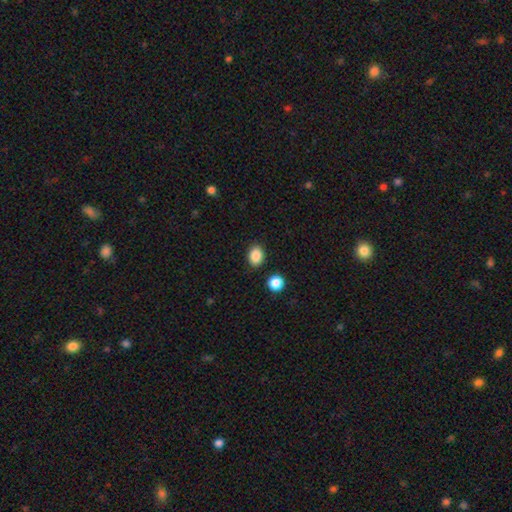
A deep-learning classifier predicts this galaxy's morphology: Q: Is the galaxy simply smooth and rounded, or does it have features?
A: smooth — 87%.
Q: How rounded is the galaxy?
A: in between — 68%.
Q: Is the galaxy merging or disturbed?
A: none — 85%.